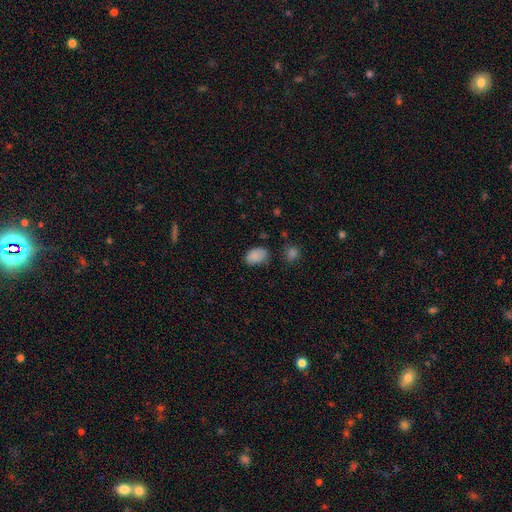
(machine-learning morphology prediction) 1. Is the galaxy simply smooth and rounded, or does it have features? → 86% smooth, 9% star or artifact, 5% featured or disk.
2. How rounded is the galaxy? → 87% in between, 12% round, 1% cigar-shaped.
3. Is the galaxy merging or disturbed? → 70% none, 23% minor disturbance, 5% major disturbance, 3% merger.